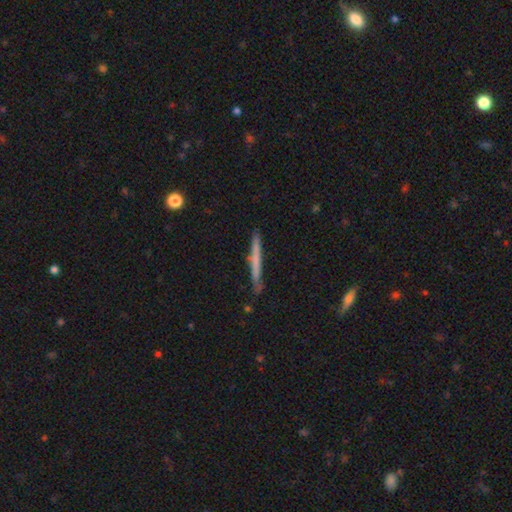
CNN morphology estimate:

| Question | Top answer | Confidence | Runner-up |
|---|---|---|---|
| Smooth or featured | smooth | 53% | featured or disk (40%) |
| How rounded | cigar-shaped | 96% | in between (2%) |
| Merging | none | 85% | minor disturbance (11%) |